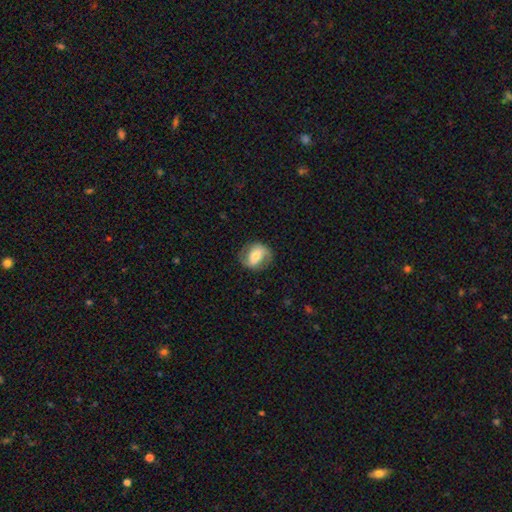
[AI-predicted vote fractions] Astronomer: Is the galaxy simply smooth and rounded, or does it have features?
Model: featured or disk — 55% (runner-up: smooth, 38%).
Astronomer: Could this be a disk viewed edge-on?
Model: no — 95%.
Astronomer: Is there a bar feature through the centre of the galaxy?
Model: strong — 36% (runner-up: weak, 35%).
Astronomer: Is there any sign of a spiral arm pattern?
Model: yes — 77%.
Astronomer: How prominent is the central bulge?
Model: moderate — 54%.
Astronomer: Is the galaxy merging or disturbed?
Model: none — 77%.